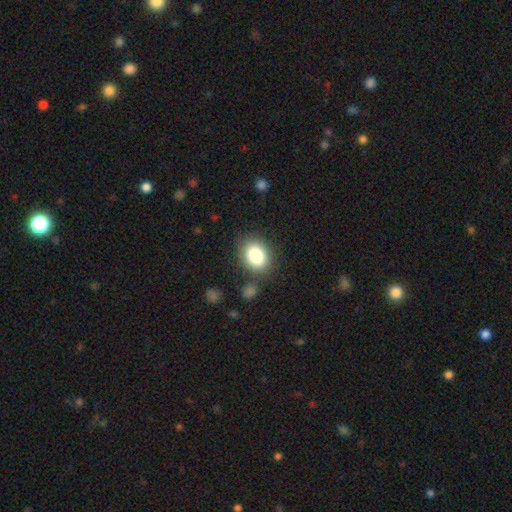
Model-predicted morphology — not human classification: Q: Smooth or featured?
A: smooth (85%); runner-up: star or artifact (9%)
Q: How rounded?
A: in between (59%); runner-up: round (40%)
Q: Merging?
A: none (81%); runner-up: minor disturbance (11%)